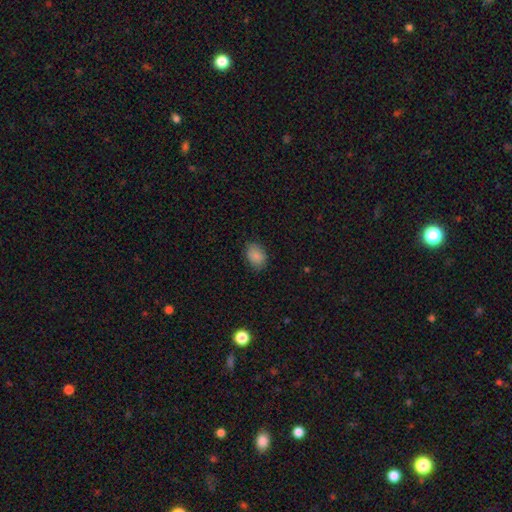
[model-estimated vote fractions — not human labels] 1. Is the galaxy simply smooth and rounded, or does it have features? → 86% smooth, 8% star or artifact, 5% featured or disk.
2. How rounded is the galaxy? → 71% in between, 28% round, 1% cigar-shaped.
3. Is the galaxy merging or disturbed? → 81% none, 15% minor disturbance, 3% major disturbance, 1% merger.